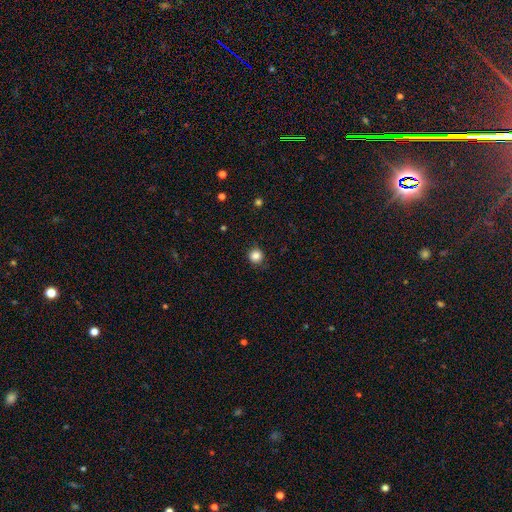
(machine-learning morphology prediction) smooth 84%, star or artifact 11%, featured or disk 4%. Down the decision tree: how rounded — round (91%); merging — none (85%).